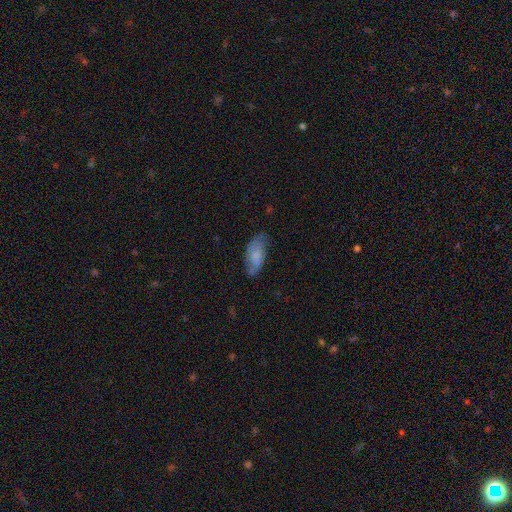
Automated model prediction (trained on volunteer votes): This appears to be a smooth galaxy with no disk features (65%) that is in between round and cigar-shaped (88%). Merging: none (63%).